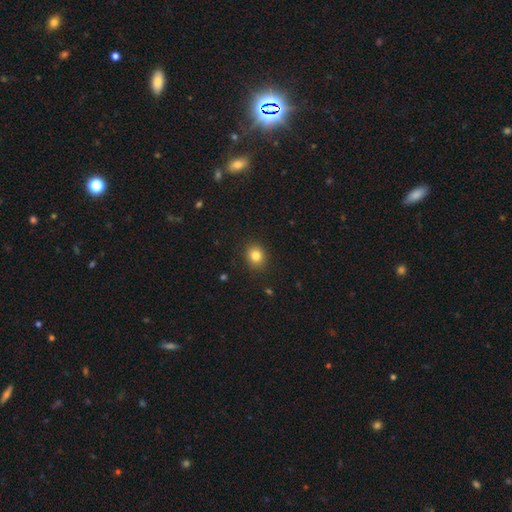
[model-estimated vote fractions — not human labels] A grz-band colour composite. It shows a smooth galaxy with no disk features (83%) that is round (67%). Merging: none (90%).